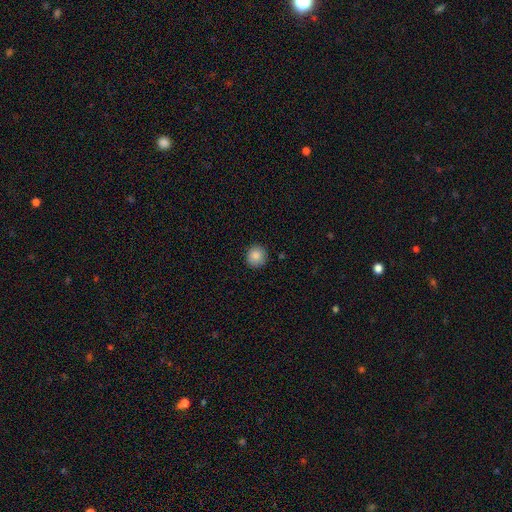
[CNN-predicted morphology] Smooth or featured? smooth (86%)
How rounded? round (90%)
Merging? none (89%)